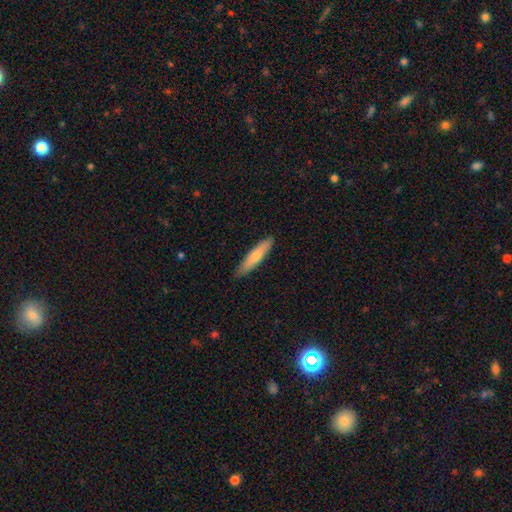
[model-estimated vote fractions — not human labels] This is possibly a smooth galaxy (58%). How rounded: clearly cigar-shaped (87%). Merging: clearly none (89%).